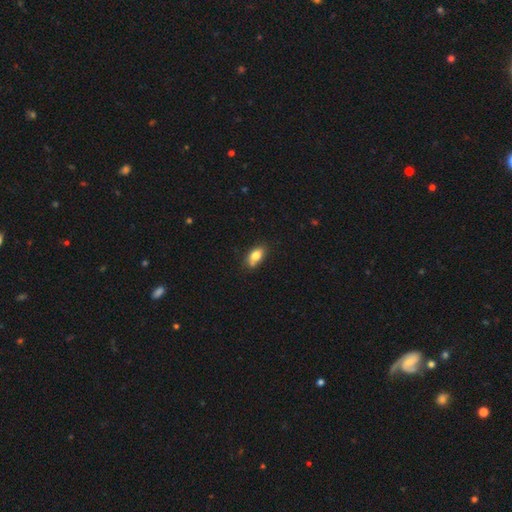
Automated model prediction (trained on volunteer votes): Q: Smooth or featured?
A: smooth (79%); runner-up: featured or disk (12%)
Q: How rounded?
A: in between (87%); runner-up: round (9%)
Q: Merging?
A: none (67%); runner-up: minor disturbance (20%)